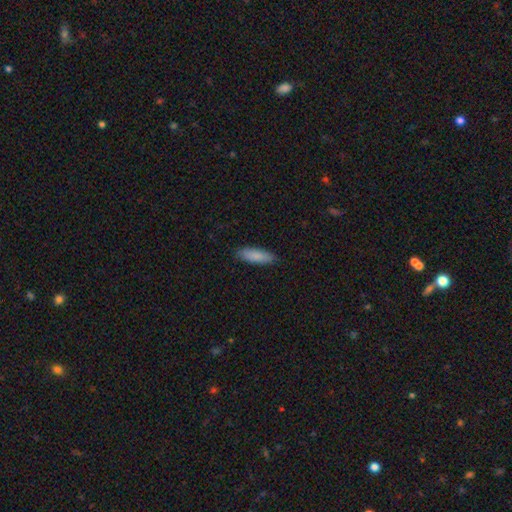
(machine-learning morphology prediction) A smooth galaxy with no disk features (87%) that is cigar-shaped (51%).

Vote fractions:
- Smooth or featured? smooth: 87% / featured or disk: 7% / star or artifact: 6%
- How rounded? cigar-shaped: 51% / in between: 47% / round: 2%
- Merging? none: 88% / minor disturbance: 9% / major disturbance: 2% / merger: 1%